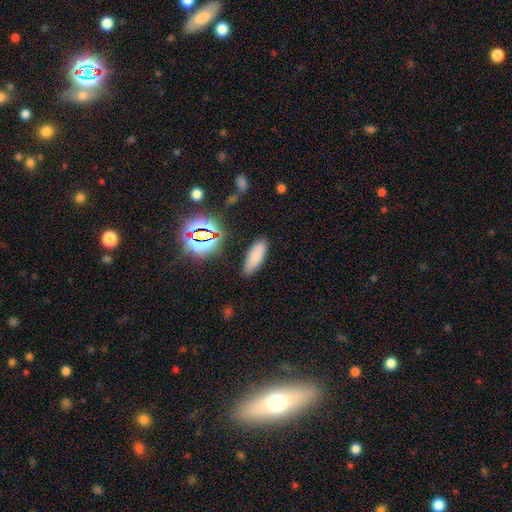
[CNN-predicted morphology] This appears to be a smooth galaxy with no disk features (77%) that is in between round and cigar-shaped (66%). Merging: none (83%).